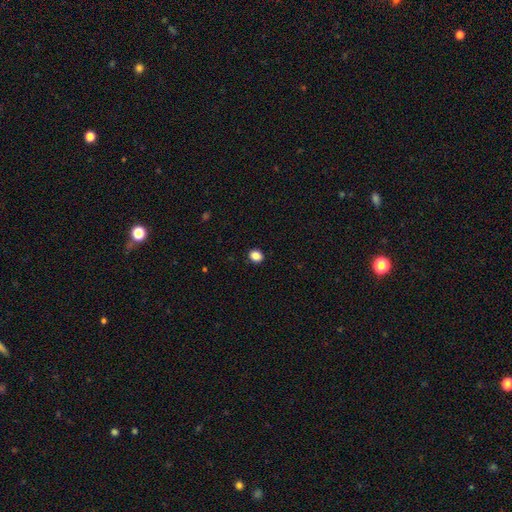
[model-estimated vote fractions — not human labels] Smooth or featured: smooth — 86% (star or artifact — 11%)
How rounded: round — 67% (in between — 32%)
Merging: none — 91% (minor disturbance — 6%)